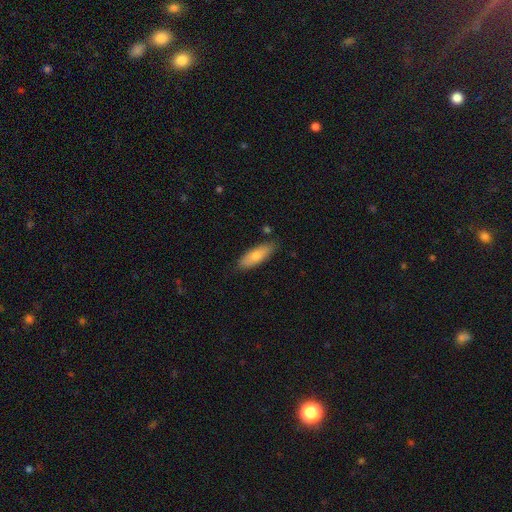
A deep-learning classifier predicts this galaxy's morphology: Smooth or featured?
  - smooth: 70% *
  - featured or disk: 24%
  - star or artifact: 6%
How rounded?
  - in between: 57% *
  - cigar-shaped: 40%
  - round: 2%
Merging?
  - none: 84% *
  - minor disturbance: 12%
  - major disturbance: 2%
  - merger: 2%